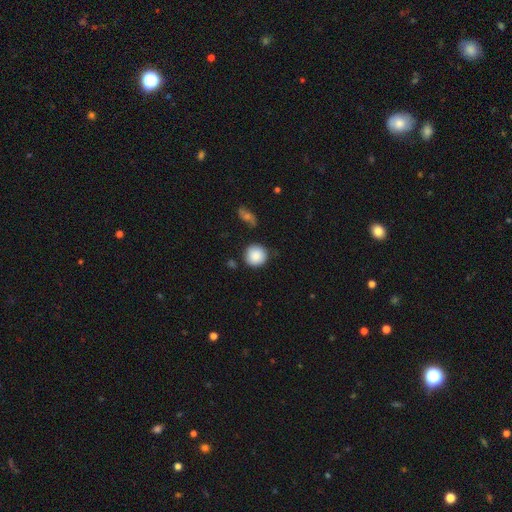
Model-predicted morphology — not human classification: Smooth or featured? Predicted: smooth (p=0.87). How rounded? Predicted: round (p=0.93). Merging? Predicted: none (p=0.82).